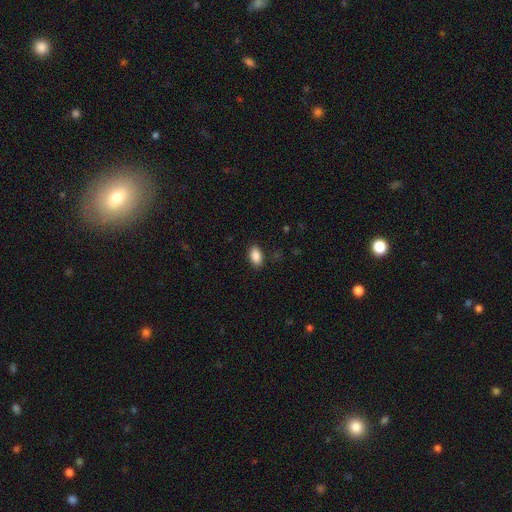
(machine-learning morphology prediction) Overall: smooth (89%). How rounded: in between (92%). Merging: none (87%).